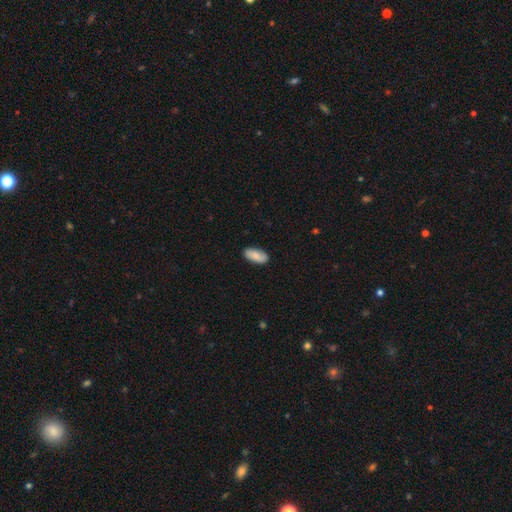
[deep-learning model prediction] This is clearly a smooth galaxy (85%). How rounded: clearly in between (92%). Merging: clearly none (88%).